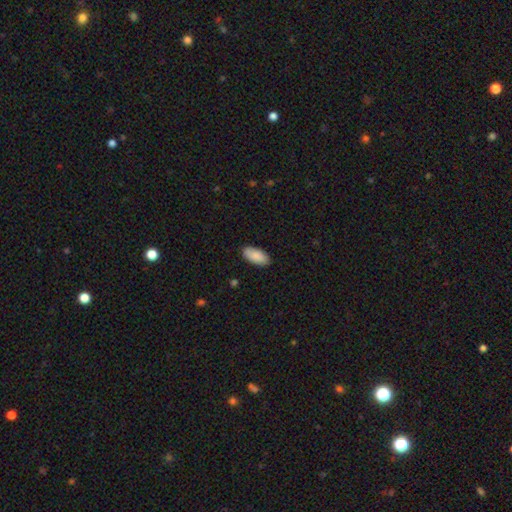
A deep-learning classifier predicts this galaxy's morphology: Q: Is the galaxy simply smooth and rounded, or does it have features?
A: smooth — 88%.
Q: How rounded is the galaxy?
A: in between — 92%.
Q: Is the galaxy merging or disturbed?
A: none — 87%.